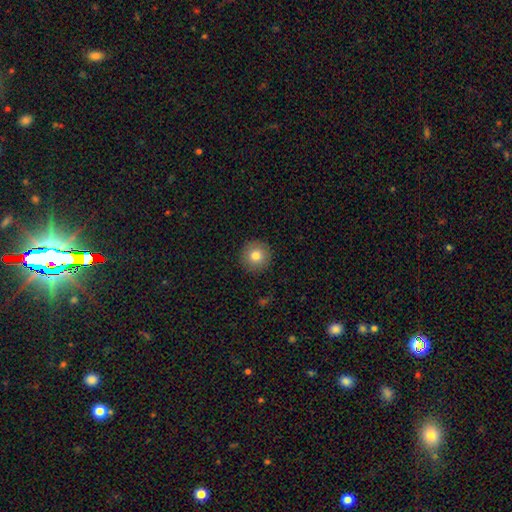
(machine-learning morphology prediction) Smooth or featured? Predicted: smooth (p=0.80). How rounded? Predicted: round (p=0.96). Merging? Predicted: none (p=0.91).